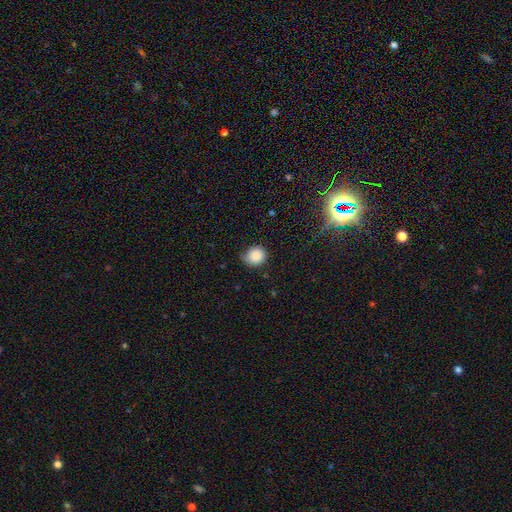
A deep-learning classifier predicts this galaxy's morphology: type=smooth (85%); roundness=round (80%); merging=none (61%).